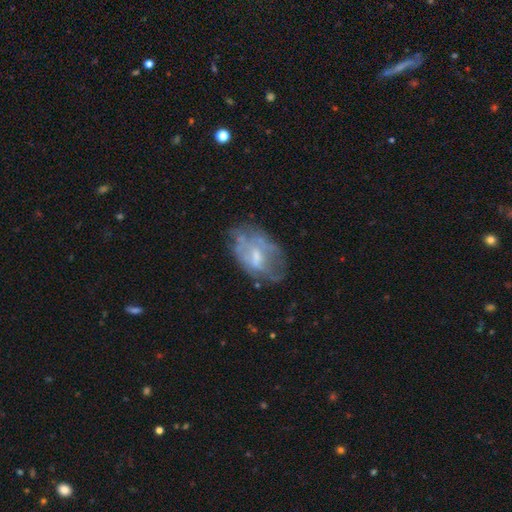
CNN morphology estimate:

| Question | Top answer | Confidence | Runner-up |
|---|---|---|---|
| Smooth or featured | featured or disk | 58% | smooth (33%) |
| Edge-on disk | no | 95% | yes (5%) |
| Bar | no | 55% | weak (37%) |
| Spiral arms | no | 66% | yes (34%) |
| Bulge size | moderate | 42% | small (38%) |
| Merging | none | 52% | minor disturbance (27%) |